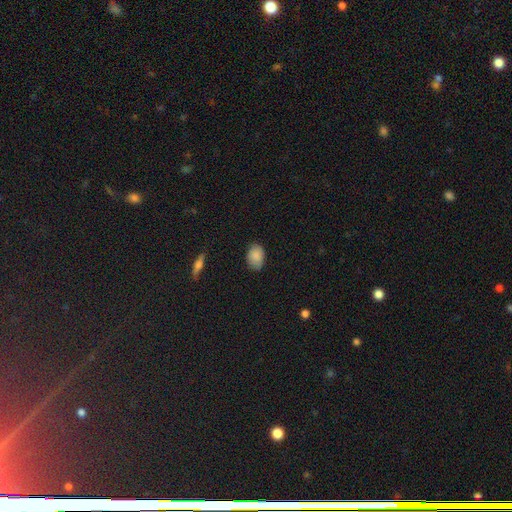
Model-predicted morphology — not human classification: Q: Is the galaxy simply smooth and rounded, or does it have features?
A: smooth — 87%.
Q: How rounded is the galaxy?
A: in between — 82%.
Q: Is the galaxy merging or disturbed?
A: none — 78%.